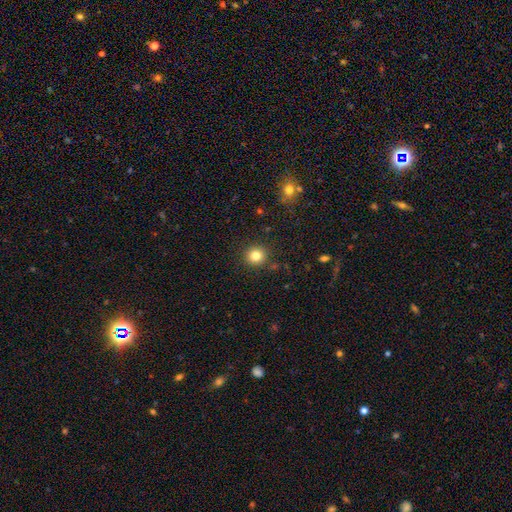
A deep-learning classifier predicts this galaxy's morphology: Smooth or featured: smooth — 82% (star or artifact — 12%)
How rounded: round — 92% (in between — 7%)
Merging: none — 90% (minor disturbance — 6%)